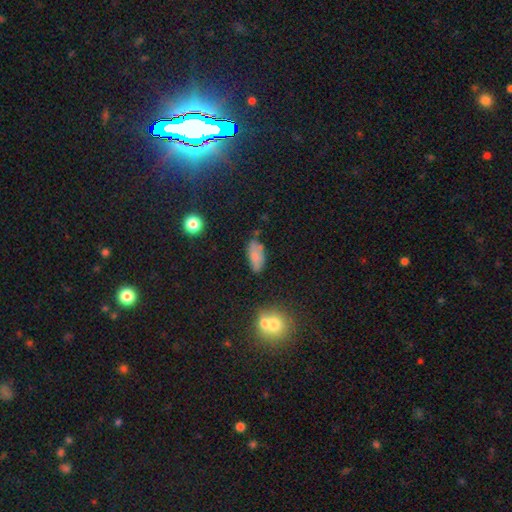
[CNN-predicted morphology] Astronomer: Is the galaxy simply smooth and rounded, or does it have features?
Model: smooth — 72%.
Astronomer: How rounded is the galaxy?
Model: in between — 86%.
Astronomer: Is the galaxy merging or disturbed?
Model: none — 60%.